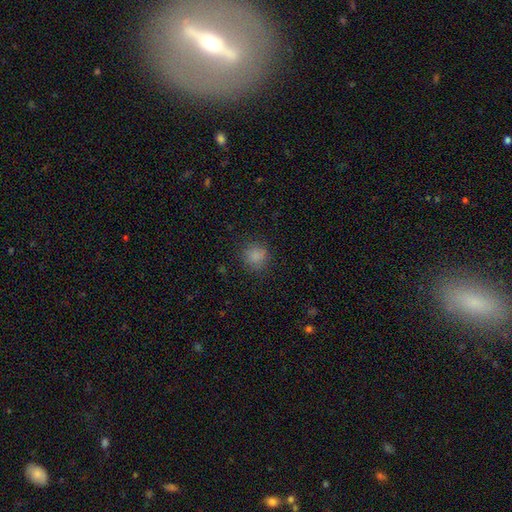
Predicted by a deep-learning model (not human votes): This appears to be a smooth galaxy with no disk features (82%) that is round (87%). Merging: none (83%).